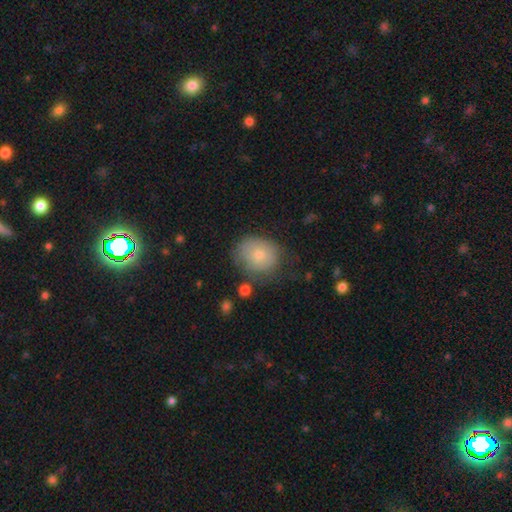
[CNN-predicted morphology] The model was most divided on "how rounded": round: 64%, in between: 35%, cigar-shaped: 1%. More confident: merging — none (73%); smooth or featured — smooth (65%).